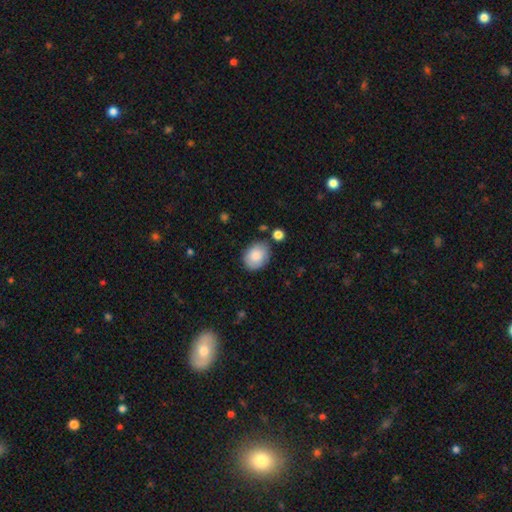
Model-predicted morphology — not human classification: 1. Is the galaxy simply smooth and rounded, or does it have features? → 85% smooth, 8% featured or disk, 7% star or artifact.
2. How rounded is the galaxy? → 69% in between, 30% round, 1% cigar-shaped.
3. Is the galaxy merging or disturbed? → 79% none, 13% minor disturbance, 4% merger, 3% major disturbance.